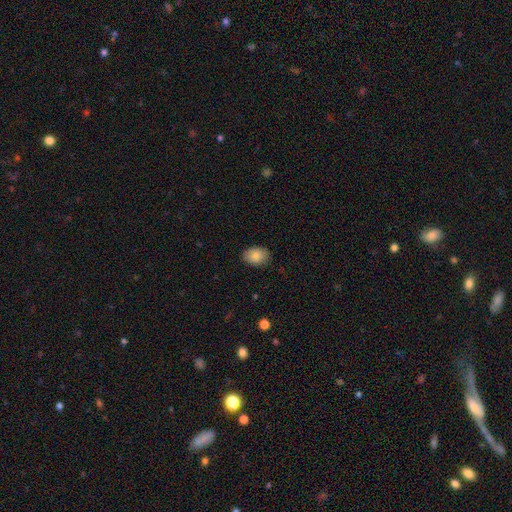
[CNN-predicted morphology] smooth_or_featured: smooth (p=0.86) [alt: star or artifact p=0.07]
how_rounded: in between (p=0.78) [alt: round p=0.21]
merging: none (p=0.85) [alt: minor disturbance p=0.11]